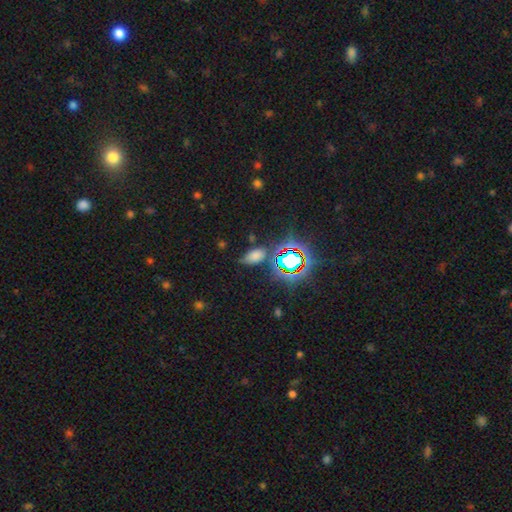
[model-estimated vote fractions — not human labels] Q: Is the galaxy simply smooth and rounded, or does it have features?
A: smooth — 61%.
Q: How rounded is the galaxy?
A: in between — 87%.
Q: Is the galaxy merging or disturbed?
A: none — 71%.